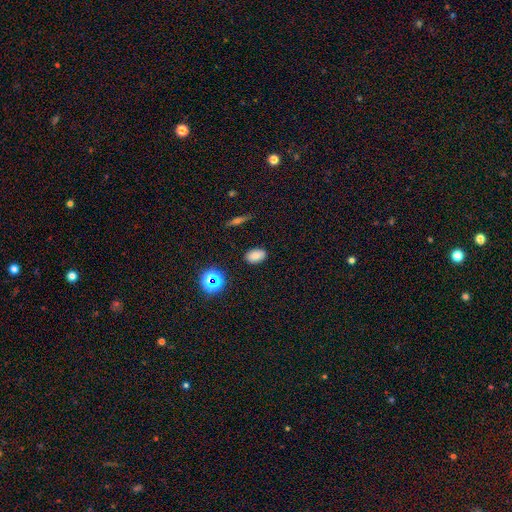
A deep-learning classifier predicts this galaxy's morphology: Q: Smooth or featured?
A: smooth (78%); runner-up: star or artifact (15%)
Q: How rounded?
A: in between (87%); runner-up: round (11%)
Q: Merging?
A: none (86%); runner-up: minor disturbance (10%)